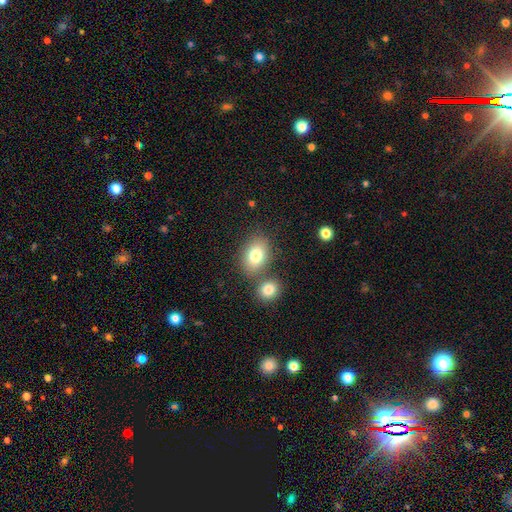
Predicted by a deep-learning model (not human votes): The model was most divided on "merging": none: 63%, merger: 23%, minor disturbance: 11%, major disturbance: 3%. More confident: smooth or featured — smooth (80%); how rounded — in between (74%).